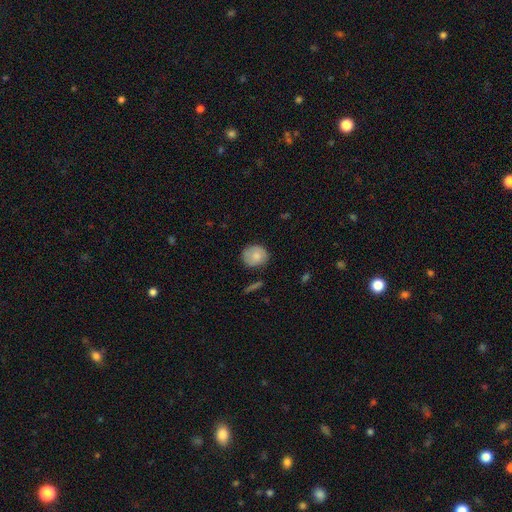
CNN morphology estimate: This appears to be a smooth galaxy with no disk features (78%) that is round (82%). Merging: none (74%).